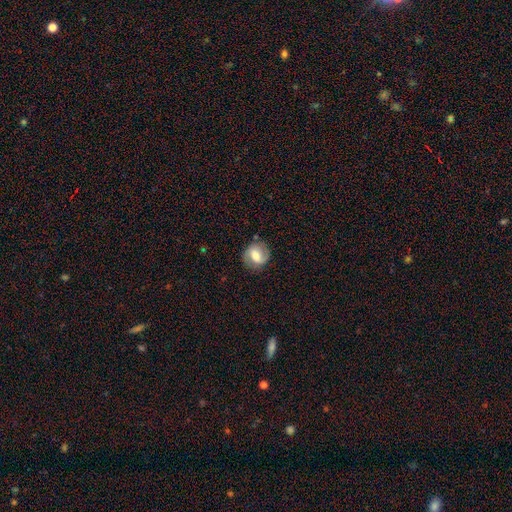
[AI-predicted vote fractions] This appears to be a featured or disk galaxy (47%). Merging: none (79%).